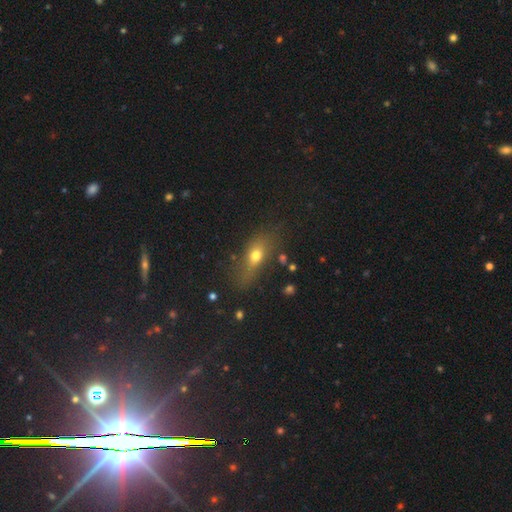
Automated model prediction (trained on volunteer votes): Overall: smooth (65%). How rounded: in between (63%). Merging: none (62%).